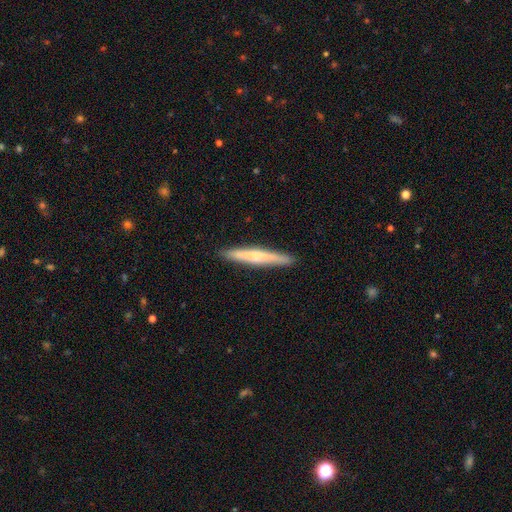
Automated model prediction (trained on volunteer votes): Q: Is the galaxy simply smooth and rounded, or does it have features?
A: featured or disk — 48%.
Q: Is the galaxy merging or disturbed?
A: none — 92%.